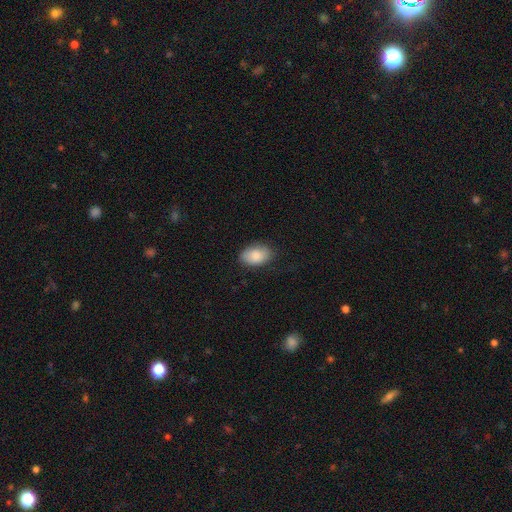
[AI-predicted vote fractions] This appears to be a smooth galaxy with no disk features (86%) that is in between round and cigar-shaped (90%). Merging: none (80%).